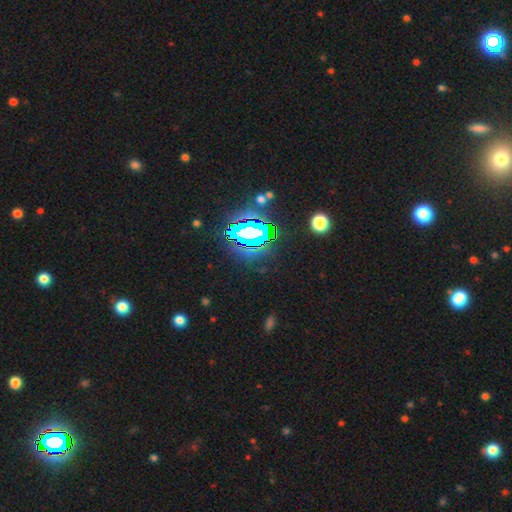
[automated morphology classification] Smooth or featured? Predicted: star or artifact (p=0.83).